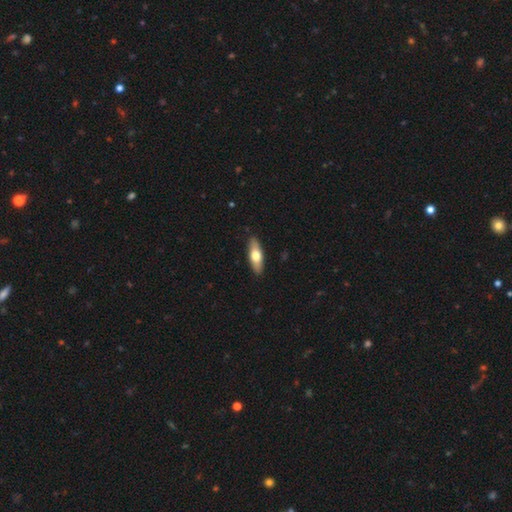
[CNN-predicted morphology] type=smooth (62%); roundness=in between (60%); merging=none (90%).